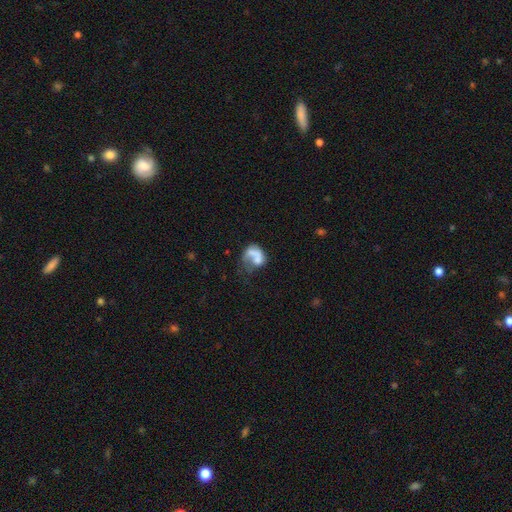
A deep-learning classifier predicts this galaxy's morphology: smooth_or_featured: featured or disk (p=0.48) [alt: smooth p=0.43]
merging: major disturbance (p=0.40) [alt: none p=0.25]